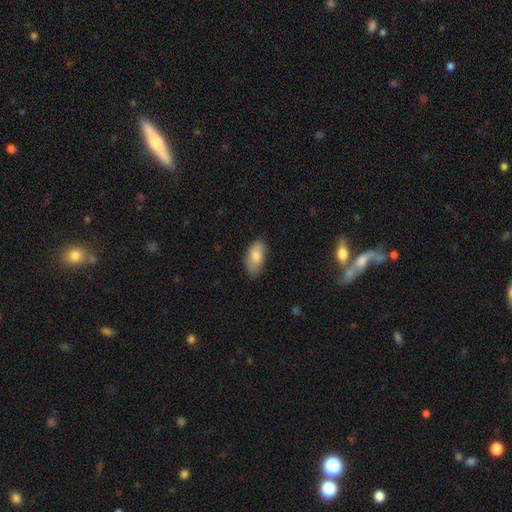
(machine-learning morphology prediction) smooth-or-featured: smooth: 81% | featured or disk: 13% | star or artifact: 6%
  how-rounded: in between: 93% | cigar-shaped: 4% | round: 3%
  merging: none: 77% | minor disturbance: 19% | major disturbance: 3% | merger: 1%